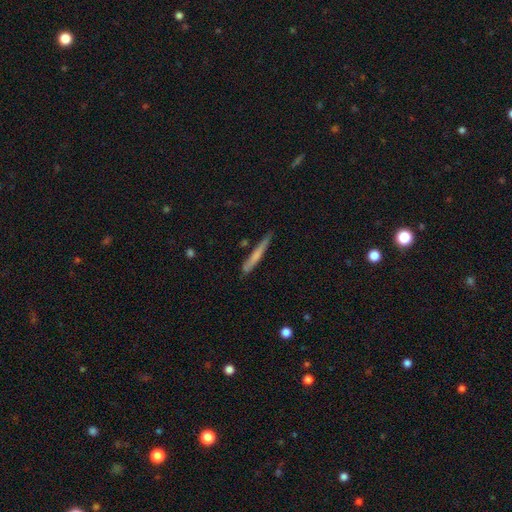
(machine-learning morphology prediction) This appears to be a smooth galaxy with no disk features (60%) that is cigar-shaped (96%). Merging: none (81%).